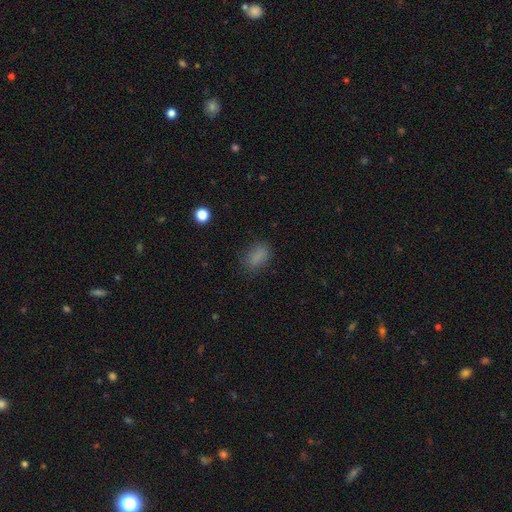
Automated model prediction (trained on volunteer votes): smooth-or-featured: smooth: 81% | star or artifact: 13% | featured or disk: 6%
  how-rounded: in between: 84% | round: 12% | cigar-shaped: 4%
  merging: none: 80% | minor disturbance: 14% | major disturbance: 5% | merger: 1%